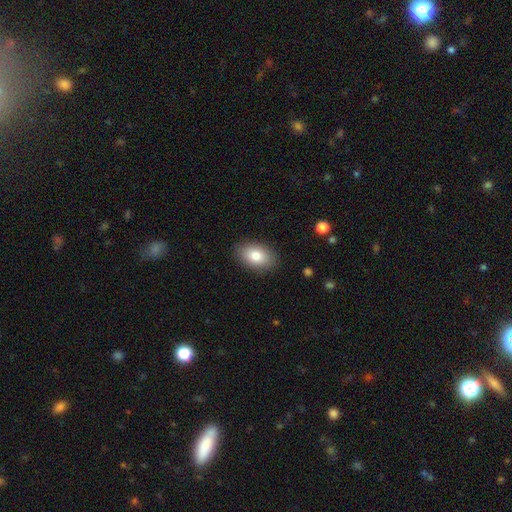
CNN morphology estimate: smooth 82%, featured or disk 11%, star or artifact 7%. Down the decision tree: how rounded — in between (90%); merging — none (88%).